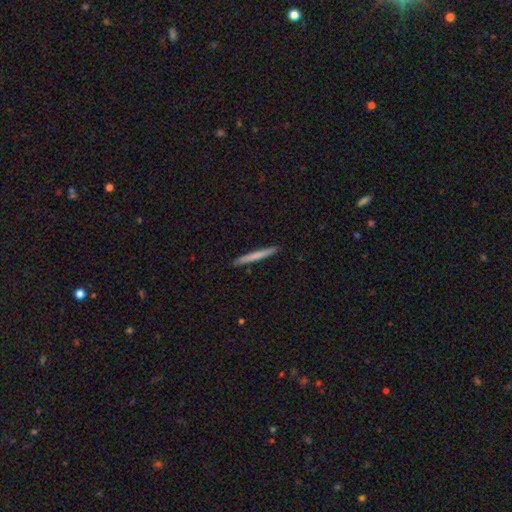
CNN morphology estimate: Smooth or featured?
  - smooth: 67% *
  - featured or disk: 28%
  - star or artifact: 5%
How rounded?
  - cigar-shaped: 97% *
  - in between: 2%
  - round: 1%
Merging?
  - none: 92% *
  - minor disturbance: 5%
  - major disturbance: 1%
  - merger: 1%